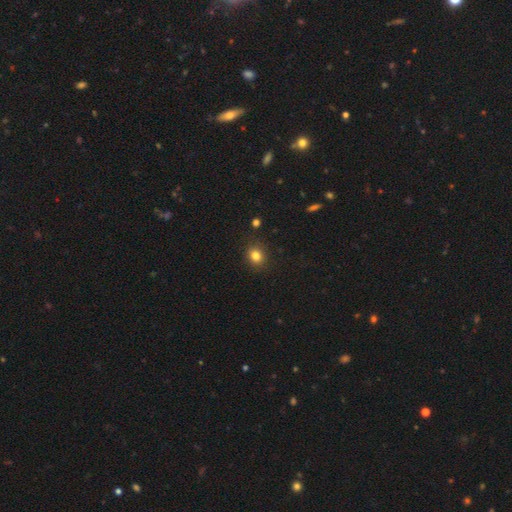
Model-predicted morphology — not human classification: smooth-or-featured: smooth: 82% | star or artifact: 12% | featured or disk: 6%
  how-rounded: round: 70% | in between: 29% | cigar-shaped: 1%
  merging: none: 88% | minor disturbance: 8% | major disturbance: 2% | merger: 1%